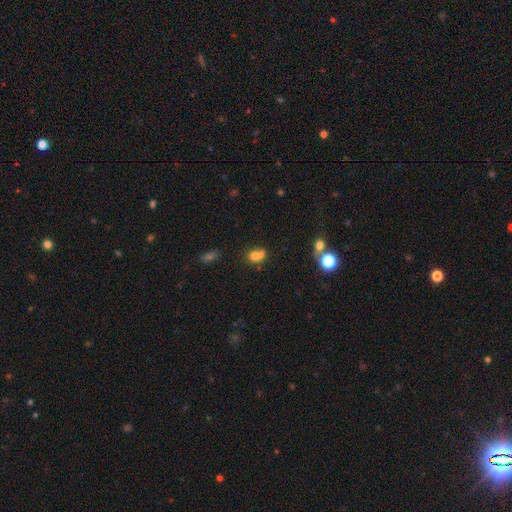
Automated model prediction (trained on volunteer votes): smooth 73%, featured or disk 14%, star or artifact 13%. Down the decision tree: how rounded — round (56%); merging — merger (53%).